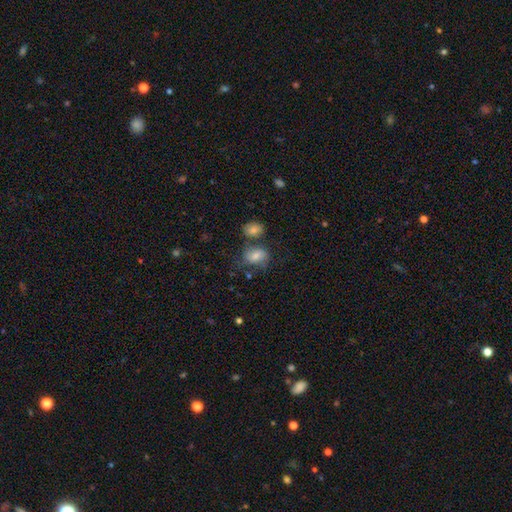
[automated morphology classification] smooth-or-featured: smooth: 64% | featured or disk: 23% | star or artifact: 14%
  how-rounded: in between: 66% | round: 32% | cigar-shaped: 2%
  merging: none: 49% | merger: 23% | minor disturbance: 19% | major disturbance: 10%